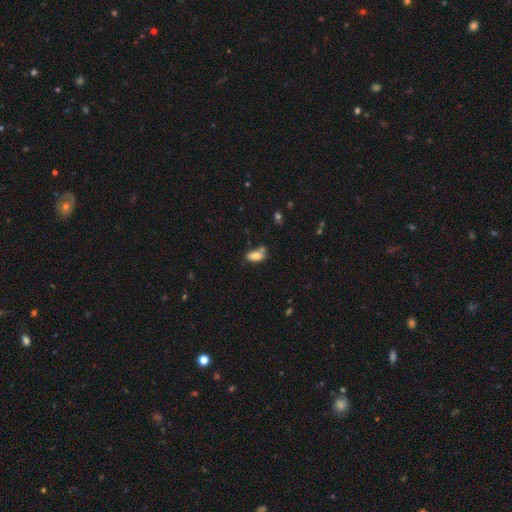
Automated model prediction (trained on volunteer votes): Q: Smooth or featured?
A: smooth (77%); runner-up: featured or disk (14%)
Q: How rounded?
A: in between (89%); runner-up: cigar-shaped (6%)
Q: Merging?
A: none (45%); runner-up: minor disturbance (26%)